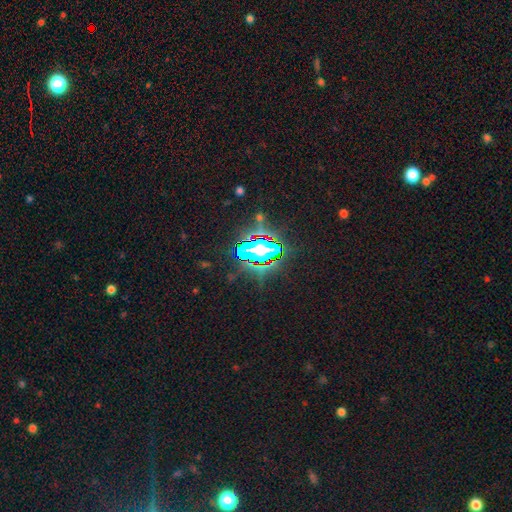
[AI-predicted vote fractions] This is likely a star or artifact rather than a galaxy (75%).